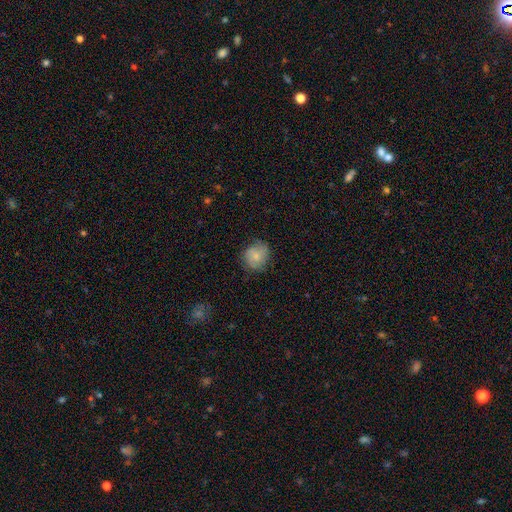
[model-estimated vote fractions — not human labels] This is likely a smooth galaxy (71%). How rounded: clearly round (81%). Merging: likely none (74%).